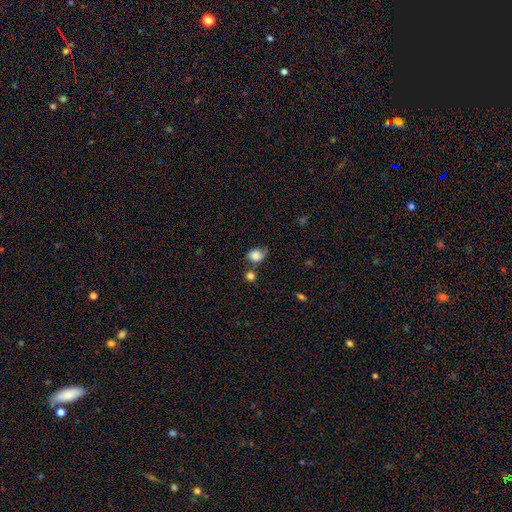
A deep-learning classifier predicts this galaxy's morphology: Q: Smooth or featured?
A: smooth (79%); runner-up: featured or disk (11%)
Q: How rounded?
A: in between (50%); runner-up: round (49%)
Q: Merging?
A: none (42%); runner-up: minor disturbance (32%)